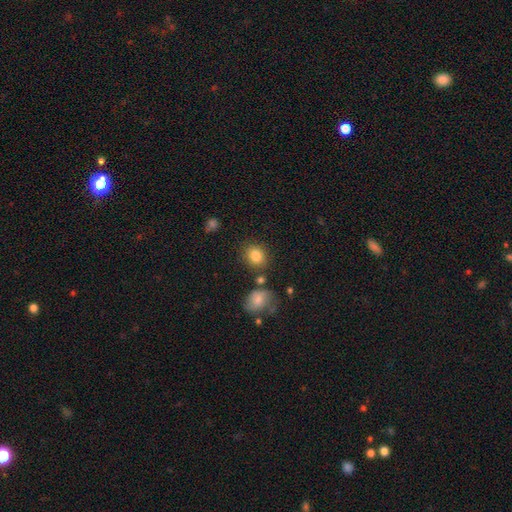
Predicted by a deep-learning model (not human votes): Smooth or featured? Predicted: smooth (p=0.83). How rounded? Predicted: round (p=0.72). Merging? Predicted: none (p=0.79).